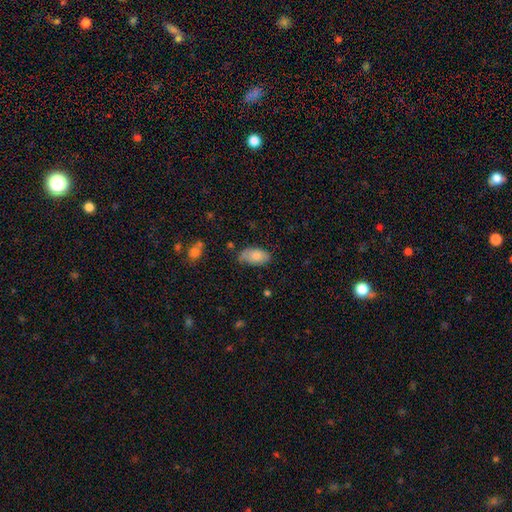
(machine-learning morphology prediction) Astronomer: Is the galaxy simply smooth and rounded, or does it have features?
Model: smooth — 80%.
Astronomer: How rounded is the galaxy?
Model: in between — 94%.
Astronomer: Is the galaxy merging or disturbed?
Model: none — 60%.